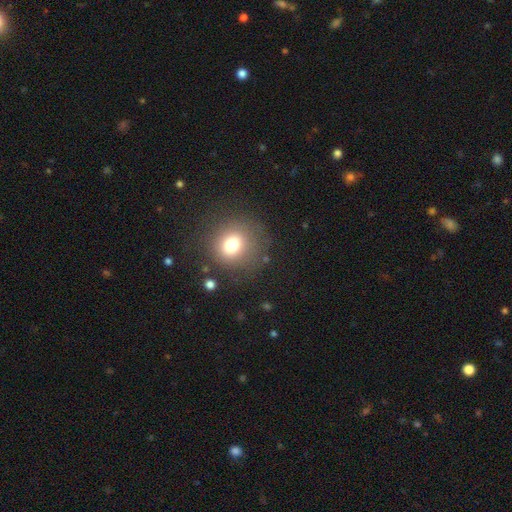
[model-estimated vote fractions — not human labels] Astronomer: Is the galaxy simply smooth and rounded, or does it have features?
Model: smooth — 69%.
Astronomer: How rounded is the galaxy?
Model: round — 89%.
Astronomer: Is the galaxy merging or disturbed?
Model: none — 87%.